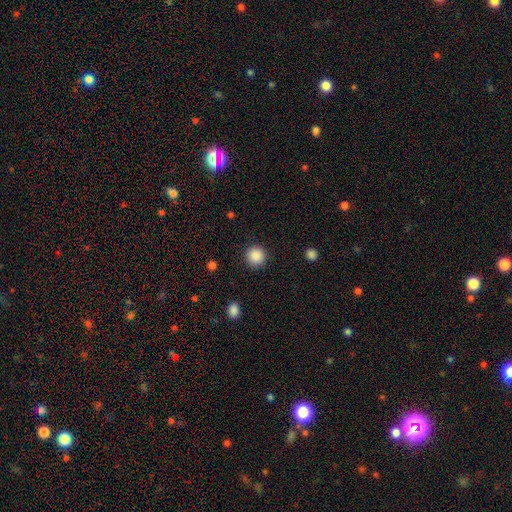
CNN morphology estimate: Smooth or featured? Predicted: smooth (p=0.88). How rounded? Predicted: round (p=0.95). Merging? Predicted: none (p=0.91).